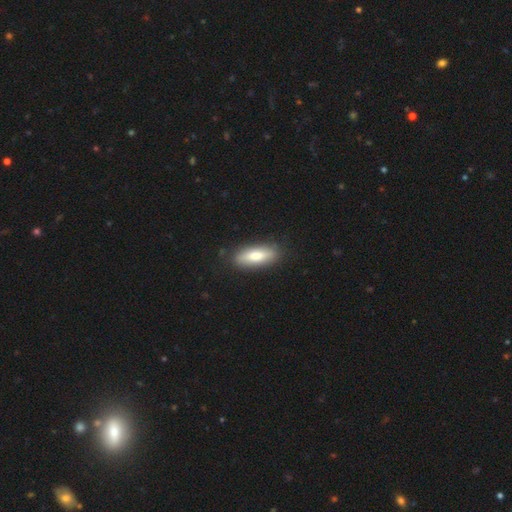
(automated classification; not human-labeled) Morphology: type=smooth (76%); roundness=in between (64%); merging=none (85%).